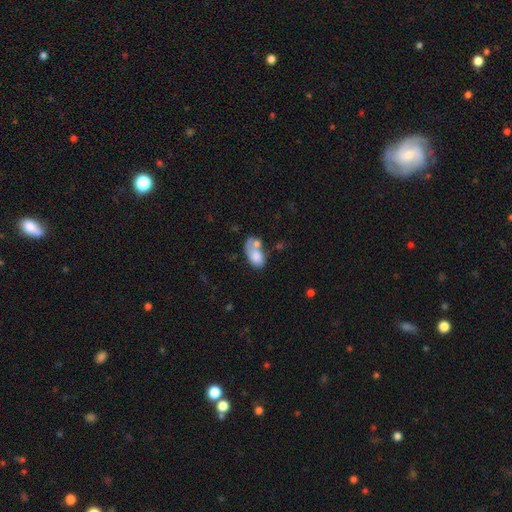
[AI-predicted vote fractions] smooth-or-featured: smooth: 67% | featured or disk: 24% | star or artifact: 8%
  how-rounded: in between: 90% | round: 7% | cigar-shaped: 2%
  merging: merger: 37% | none: 25% | major disturbance: 19% | minor disturbance: 18%